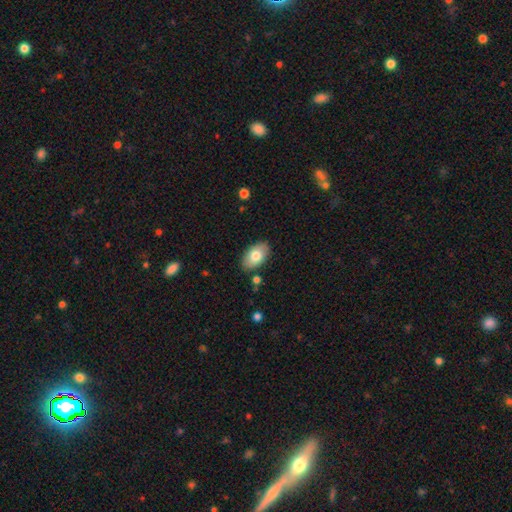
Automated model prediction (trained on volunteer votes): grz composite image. It shows a smooth galaxy with no disk features (77%) that is in between round and cigar-shaped (93%). Merging: none (85%).